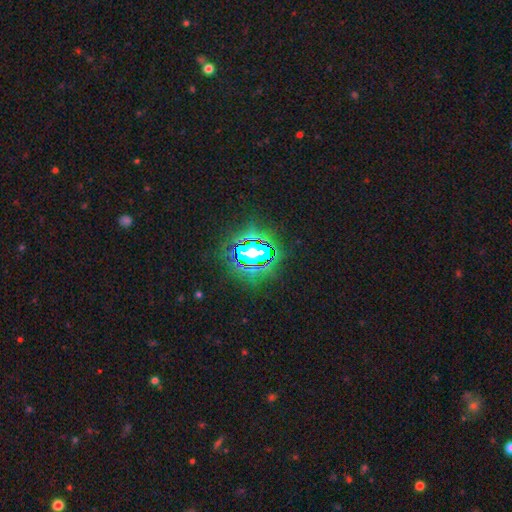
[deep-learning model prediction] This appears to be a star or artifact, not a galaxy (84%).